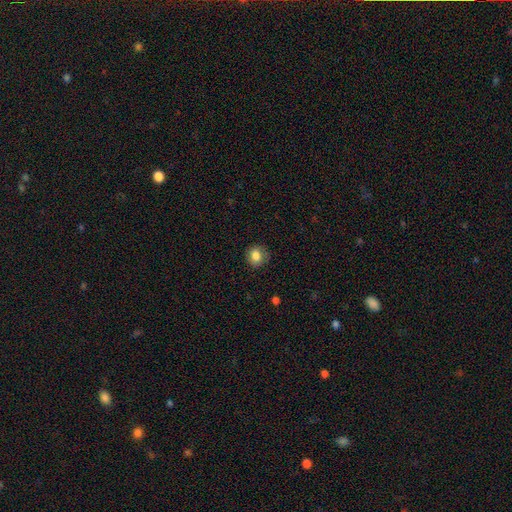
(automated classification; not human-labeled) Q: Smooth or featured?
A: smooth (81%); runner-up: star or artifact (9%)
Q: How rounded?
A: round (77%); runner-up: in between (22%)
Q: Merging?
A: none (83%); runner-up: minor disturbance (12%)